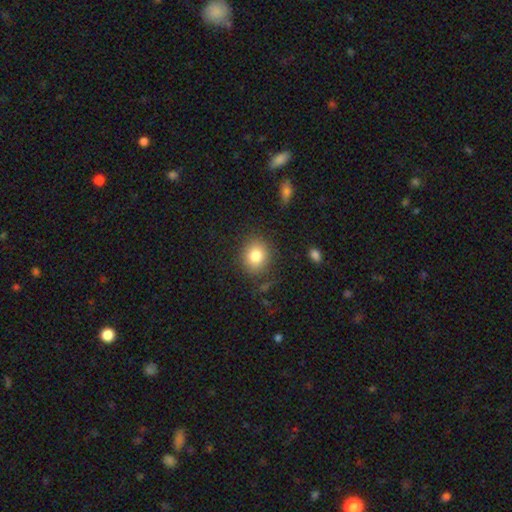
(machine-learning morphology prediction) smooth_or_featured: smooth (p=0.82) [alt: star or artifact p=0.10]
how_rounded: round (p=0.69) [alt: in between p=0.30]
merging: none (p=0.84) [alt: minor disturbance p=0.11]